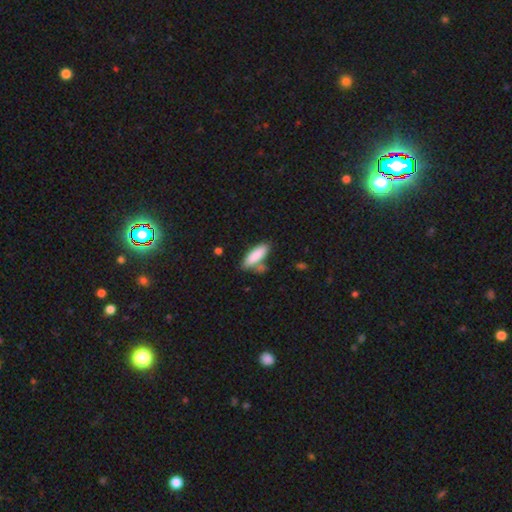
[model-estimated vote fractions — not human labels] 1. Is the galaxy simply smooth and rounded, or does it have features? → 86% smooth, 8% featured or disk, 6% star or artifact.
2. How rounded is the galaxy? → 56% in between, 42% cigar-shaped, 2% round.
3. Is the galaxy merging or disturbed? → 62% none, 18% minor disturbance, 15% merger, 5% major disturbance.